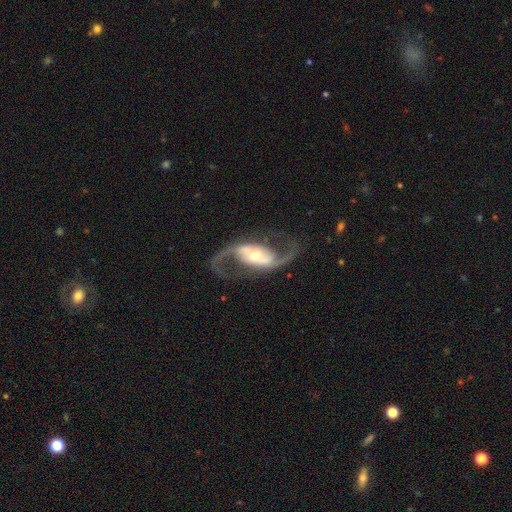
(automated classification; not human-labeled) Q: Smooth or featured?
A: featured or disk (93%); runner-up: star or artifact (4%)
Q: Edge-on disk?
A: no (97%); runner-up: yes (3%)
Q: Bar?
A: strong (36%); runner-up: weak (34%)
Q: Spiral arms?
A: yes (97%); runner-up: no (3%)
Q: Spiral winding?
A: loose (56%); runner-up: medium (37%)
Q: Spiral arm count?
A: 2 (95%); runner-up: can't tell (1%)
Q: Bulge size?
A: moderate (61%); runner-up: small (26%)
Q: Merging?
A: none (79%); runner-up: minor disturbance (10%)